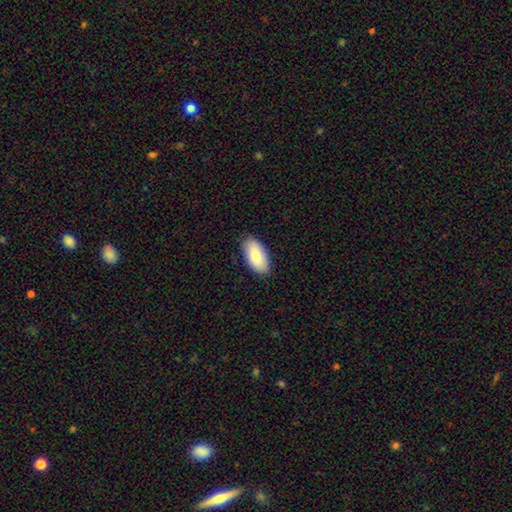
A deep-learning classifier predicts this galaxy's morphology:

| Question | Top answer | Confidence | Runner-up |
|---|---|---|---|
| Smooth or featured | smooth | 81% | featured or disk (13%) |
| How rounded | in between | 95% | cigar-shaped (3%) |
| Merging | none | 87% | minor disturbance (11%) |